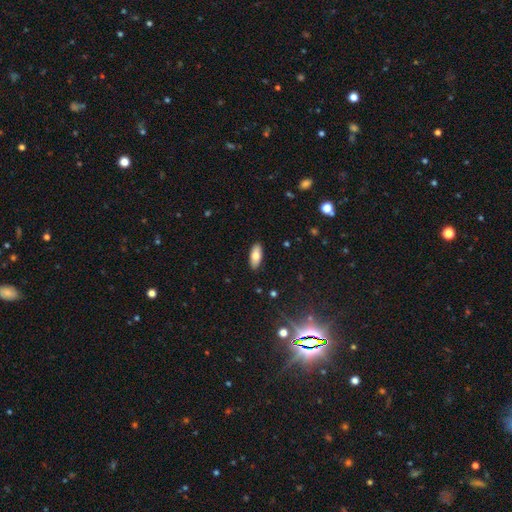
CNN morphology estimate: This appears to be a smooth galaxy with no disk features (76%) that is in between round and cigar-shaped (83%). Merging: none (89%).